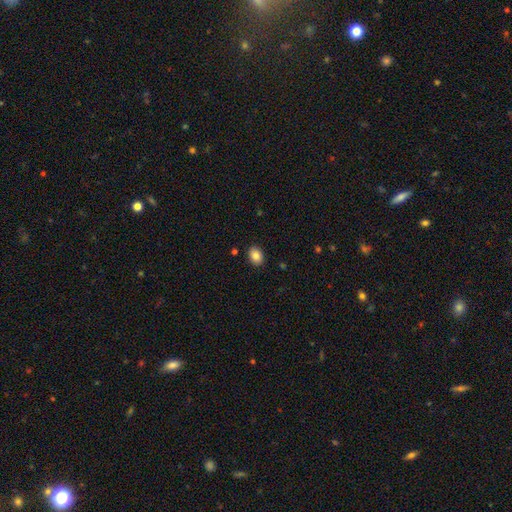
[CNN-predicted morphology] A smooth galaxy with no disk features (85%) that is in between round and cigar-shaped (62%). Merging: none (88%).